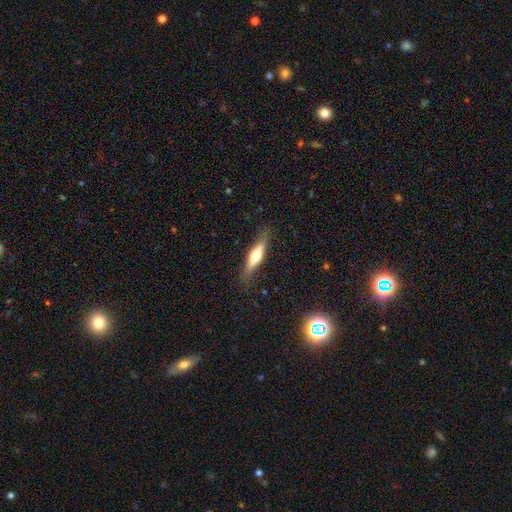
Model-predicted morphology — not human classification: Smooth or featured?
  - smooth: 48% *
  - featured or disk: 46%
  - star or artifact: 6%
Merging?
  - none: 83% *
  - minor disturbance: 13%
  - major disturbance: 3%
  - merger: 1%